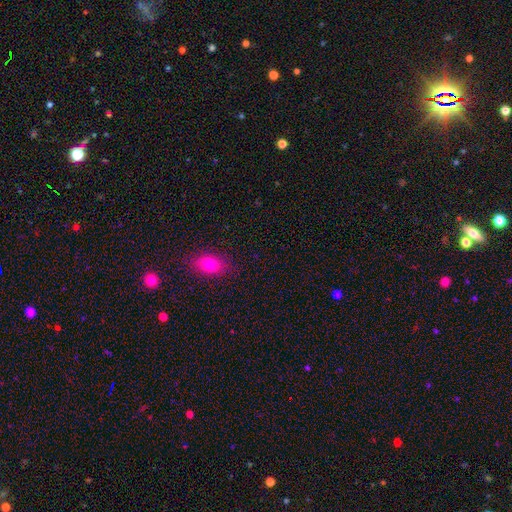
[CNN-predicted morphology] This is likely a smooth galaxy (68%). How rounded: likely in between (60%). Merging: clearly none (85%).